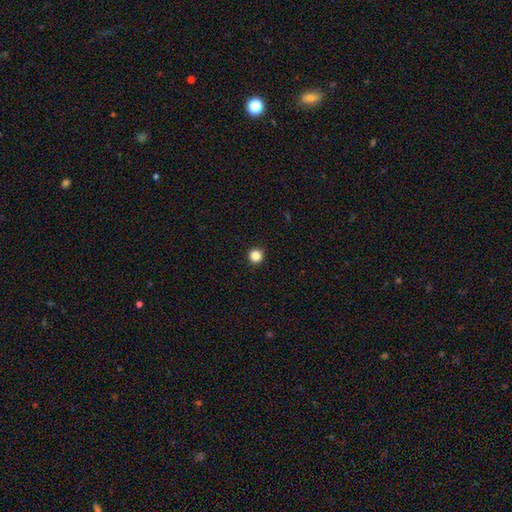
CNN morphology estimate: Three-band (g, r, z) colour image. It shows a smooth galaxy with no disk features (85%) that is round (96%). Merging: none (93%).